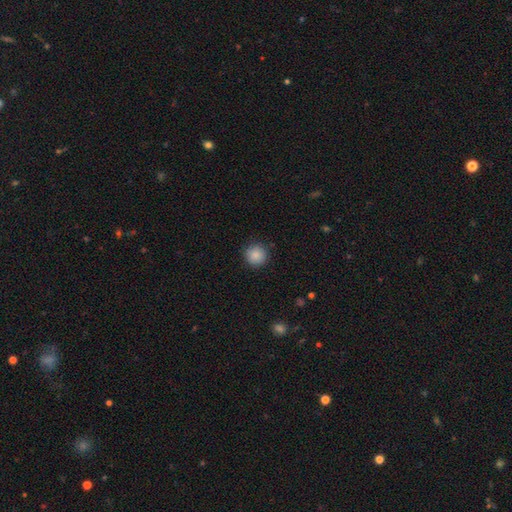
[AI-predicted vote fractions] Q: Smooth or featured?
A: smooth (88%); runner-up: star or artifact (9%)
Q: How rounded?
A: round (95%); runner-up: in between (5%)
Q: Merging?
A: none (88%); runner-up: minor disturbance (8%)